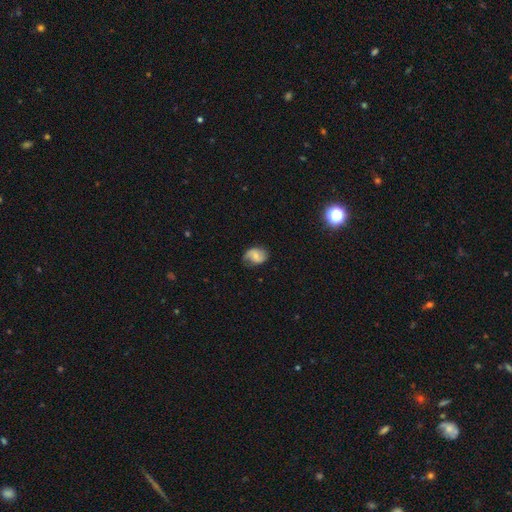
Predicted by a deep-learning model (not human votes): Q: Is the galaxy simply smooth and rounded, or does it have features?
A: featured or disk — 57%.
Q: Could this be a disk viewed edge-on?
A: no — 97%.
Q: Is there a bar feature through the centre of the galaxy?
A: no — 48%.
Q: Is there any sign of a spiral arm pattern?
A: yes — 89%.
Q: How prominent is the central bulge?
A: small — 48%.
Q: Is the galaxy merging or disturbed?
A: none — 71%.